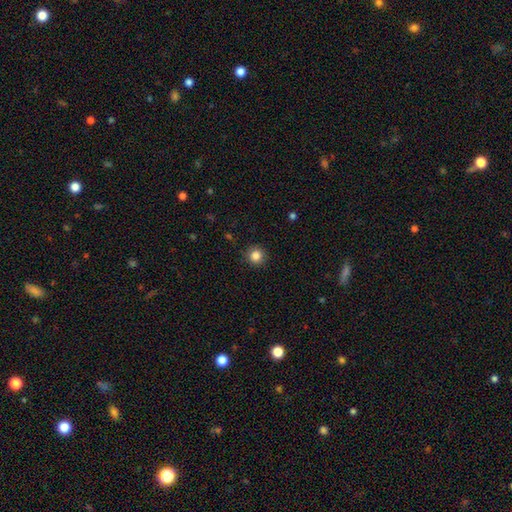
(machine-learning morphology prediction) smooth 85%, star or artifact 11%, featured or disk 4%. Down the decision tree: how rounded — round (94%); merging — none (90%).